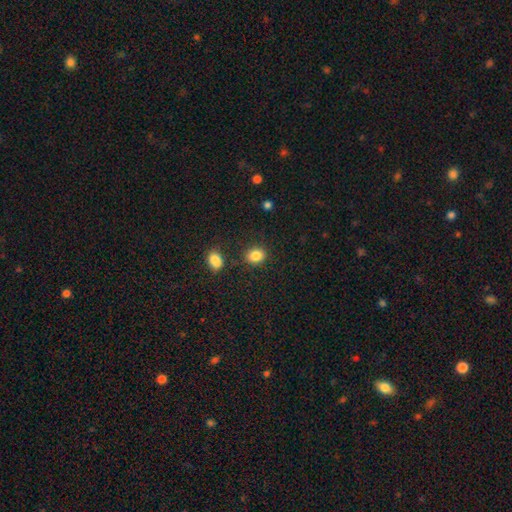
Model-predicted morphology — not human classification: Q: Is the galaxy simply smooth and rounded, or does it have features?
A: smooth — 85%.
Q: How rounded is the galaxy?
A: round — 54%.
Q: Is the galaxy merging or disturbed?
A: none — 82%.